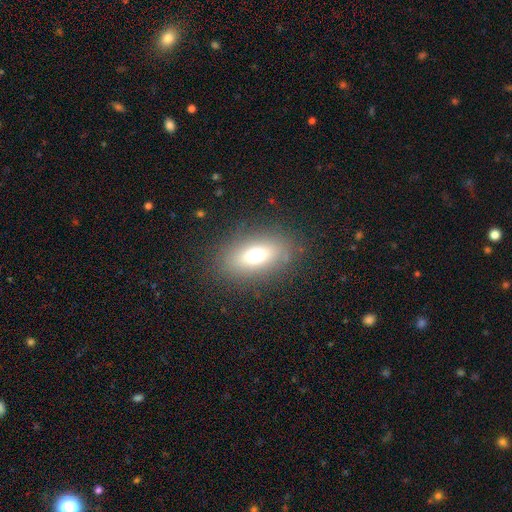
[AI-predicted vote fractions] Overall: smooth (66%). How rounded: in between (78%). Merging: none (83%).